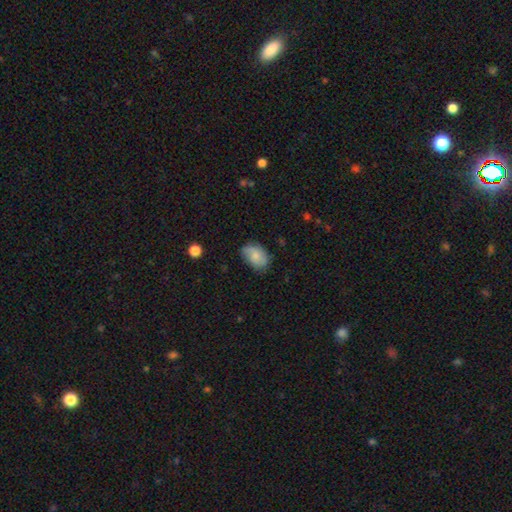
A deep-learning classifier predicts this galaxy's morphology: smooth 73%, featured or disk 20%, star or artifact 7%. Down the decision tree: how rounded — in between (84%); merging — none (66%).